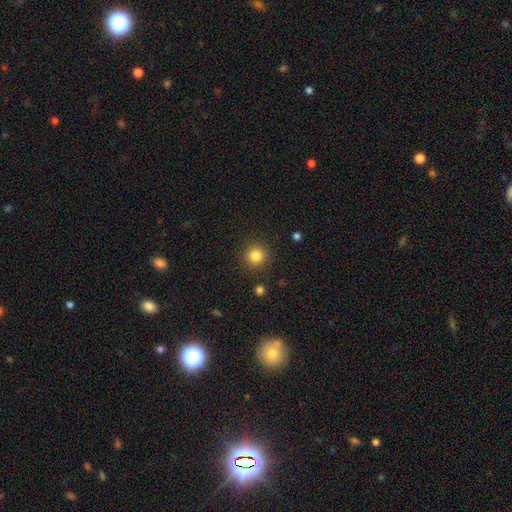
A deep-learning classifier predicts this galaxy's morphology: This appears to be a smooth galaxy with no disk features (84%) that is round (94%). Merging: none (90%).